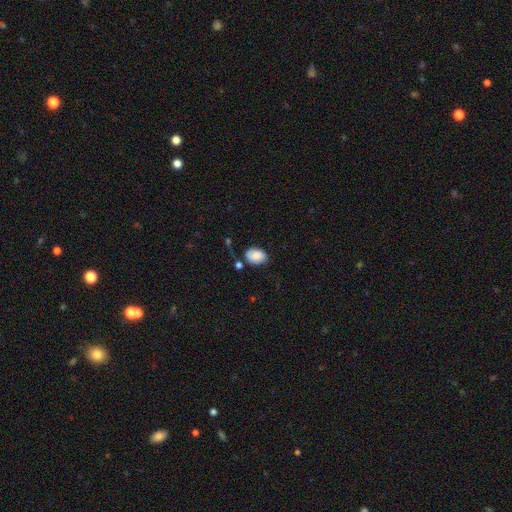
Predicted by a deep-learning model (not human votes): Smooth or featured? Predicted: smooth (p=0.78). How rounded? Predicted: in between (p=0.77). Merging? Predicted: none (p=0.57).